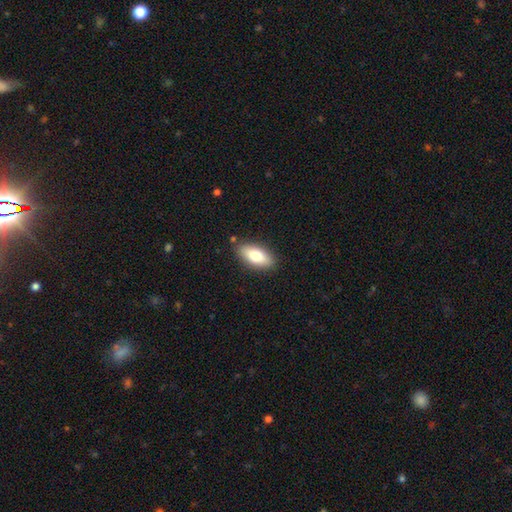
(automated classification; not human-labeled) smooth_or_featured: smooth (p=0.75) [alt: featured or disk p=0.18]
how_rounded: in between (p=0.85) [alt: cigar-shaped p=0.12]
merging: none (p=0.85) [alt: minor disturbance p=0.10]